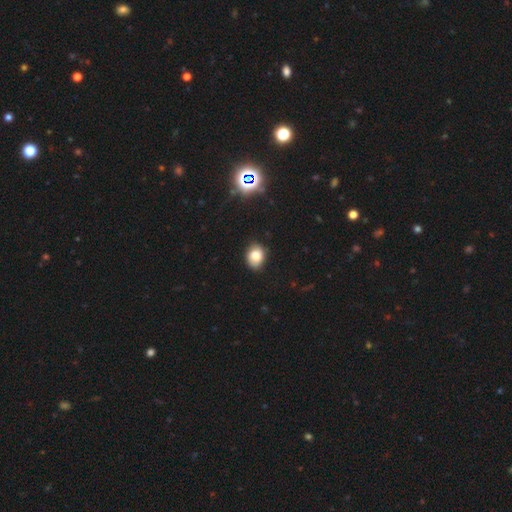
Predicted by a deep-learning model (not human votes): Q: Smooth or featured?
A: smooth (78%); runner-up: star or artifact (11%)
Q: How rounded?
A: in between (59%); runner-up: round (40%)
Q: Merging?
A: none (79%); runner-up: minor disturbance (17%)